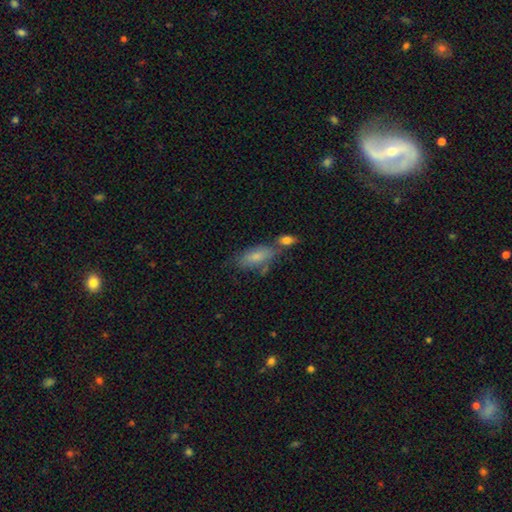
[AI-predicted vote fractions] Smooth or featured?
  - smooth: 70% *
  - featured or disk: 21%
  - star or artifact: 9%
How rounded?
  - in between: 78% *
  - cigar-shaped: 18%
  - round: 4%
Merging?
  - none: 51% *
  - merger: 26%
  - minor disturbance: 17%
  - major disturbance: 6%